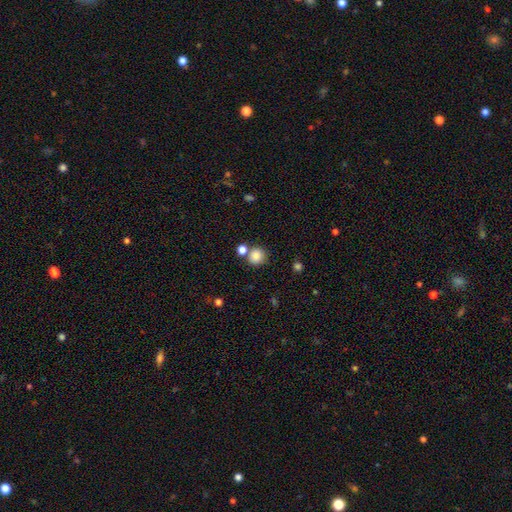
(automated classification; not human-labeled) Smooth or featured?
  - smooth: 85% *
  - star or artifact: 10%
  - featured or disk: 5%
How rounded?
  - round: 88% *
  - in between: 11%
  - cigar-shaped: 1%
Merging?
  - none: 69% *
  - merger: 18%
  - minor disturbance: 10%
  - major disturbance: 3%